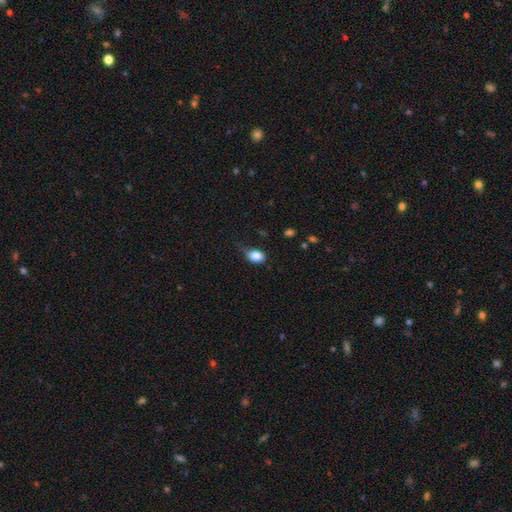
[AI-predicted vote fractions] A smooth galaxy with no disk features (83%) that is in between round and cigar-shaped (59%).

Vote fractions:
- Smooth or featured? smooth: 83% / star or artifact: 9% / featured or disk: 8%
- How rounded? in between: 59% / round: 40% / cigar-shaped: 2%
- Merging? none: 43% / minor disturbance: 40% / major disturbance: 14% / merger: 2%